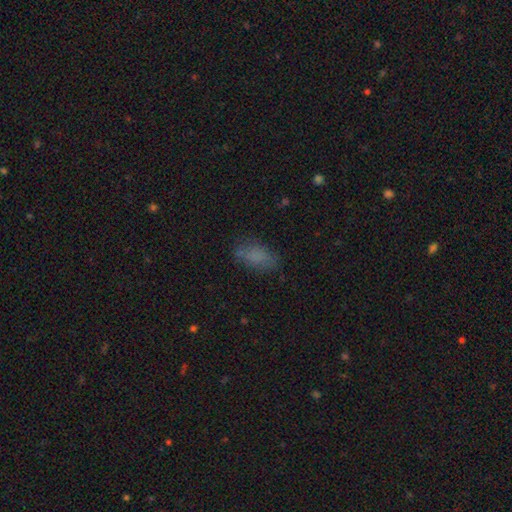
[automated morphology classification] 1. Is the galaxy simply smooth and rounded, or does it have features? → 76% smooth, 13% star or artifact, 11% featured or disk.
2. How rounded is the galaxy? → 87% in between, 7% cigar-shaped, 6% round.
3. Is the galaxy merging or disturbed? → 69% none, 20% minor disturbance, 8% major disturbance, 2% merger.